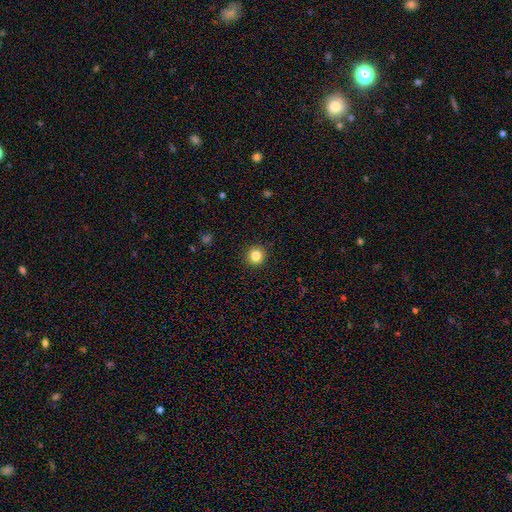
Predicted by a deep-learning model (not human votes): smooth 84%, star or artifact 11%, featured or disk 5%. Down the decision tree: how rounded — round (94%); merging — none (92%).